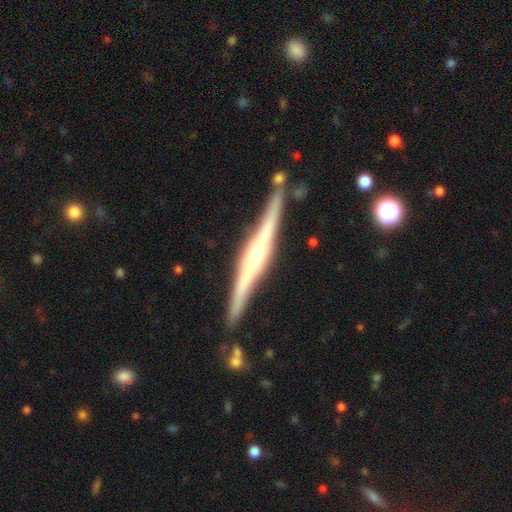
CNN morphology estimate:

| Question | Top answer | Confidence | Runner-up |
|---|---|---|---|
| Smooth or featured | featured or disk | 83% | smooth (12%) |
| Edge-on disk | yes | 98% | no (2%) |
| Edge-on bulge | rounded | 80% | boxy (14%) |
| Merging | none | 84% | minor disturbance (11%) |